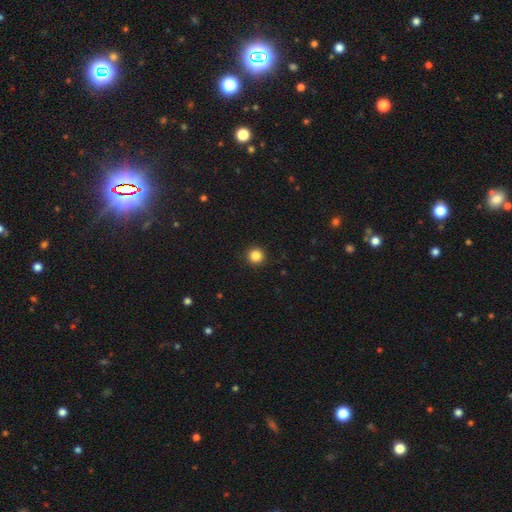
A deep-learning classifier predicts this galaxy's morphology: Smooth or featured? Predicted: smooth (p=0.85). How rounded? Predicted: round (p=0.96). Merging? Predicted: none (p=0.93).